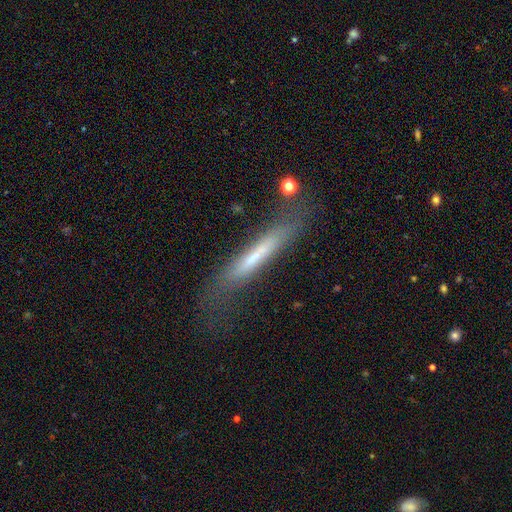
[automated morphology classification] Smooth or featured? Predicted: smooth (p=0.49). Merging? Predicted: none (p=0.57).